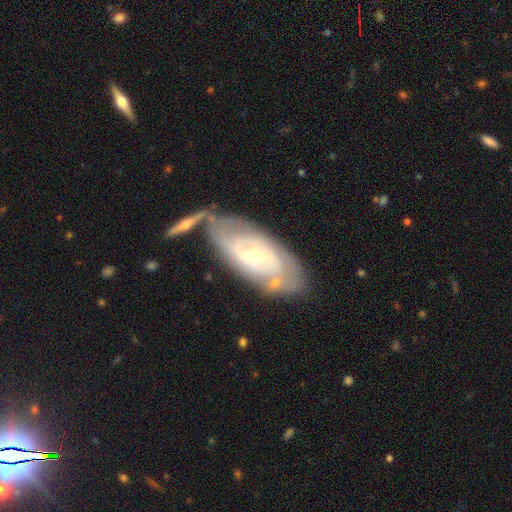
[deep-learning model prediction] Smooth or featured? featured or disk (81%)
Edge-on disk? no (93%)
Bar? no (51%)
Spiral arms? yes (89%)
Spiral winding? tight (62%)
Spiral arm count? 2 (45%)
Bulge size? small (58%)
Merging? none (54%)